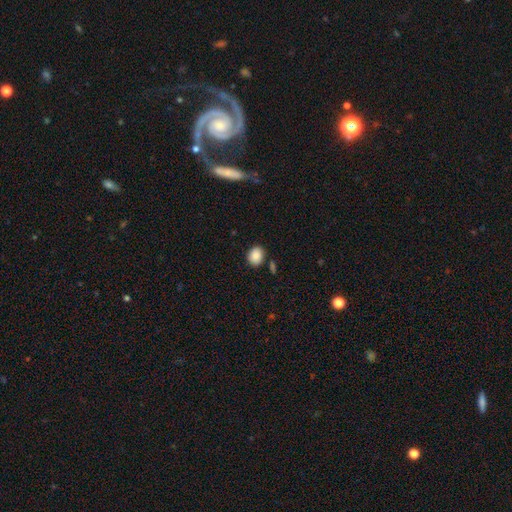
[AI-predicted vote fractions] This is clearly a smooth galaxy (87%). How rounded: possibly in between (52%). Merging: clearly none (83%).